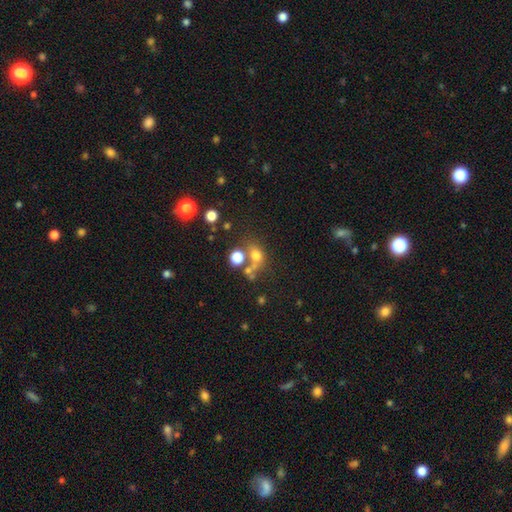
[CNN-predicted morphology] smooth-or-featured: smooth: 63% | star or artifact: 23% | featured or disk: 14%
  how-rounded: round: 56% | in between: 42% | cigar-shaped: 2%
  merging: none: 45% | merger: 31% | minor disturbance: 13% | major disturbance: 11%